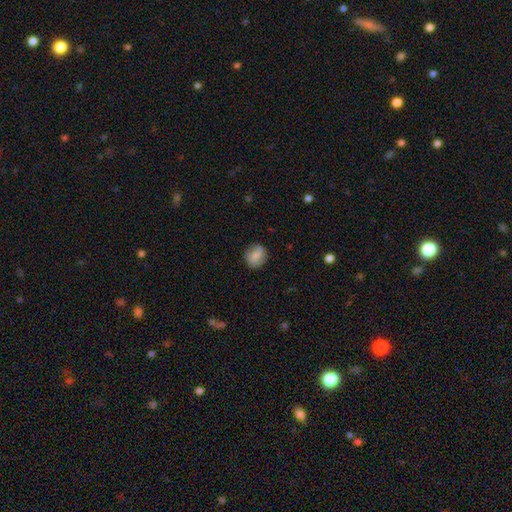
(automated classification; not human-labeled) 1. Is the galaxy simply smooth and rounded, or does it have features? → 74% smooth, 18% featured or disk, 8% star or artifact.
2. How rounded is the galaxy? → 67% round, 32% in between, 2% cigar-shaped.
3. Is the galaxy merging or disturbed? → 80% none, 15% minor disturbance, 4% major disturbance, 1% merger.